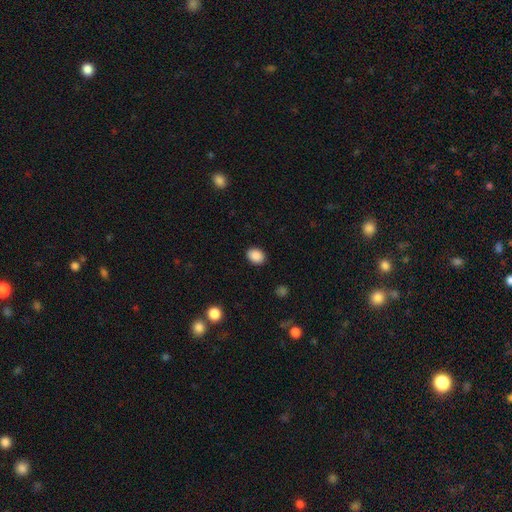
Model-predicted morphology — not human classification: Smooth or featured? Predicted: smooth (p=0.88). How rounded? Predicted: in between (p=0.64). Merging? Predicted: none (p=0.89).